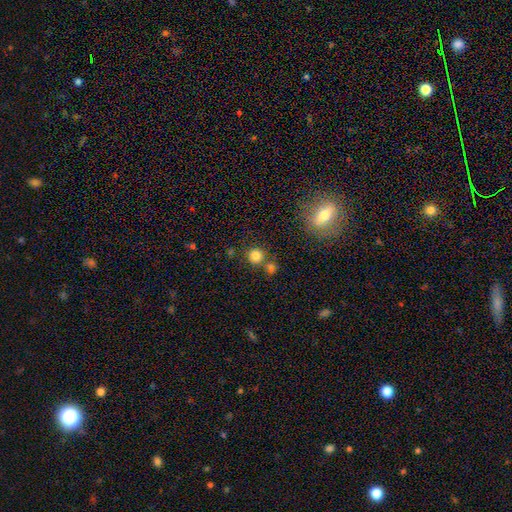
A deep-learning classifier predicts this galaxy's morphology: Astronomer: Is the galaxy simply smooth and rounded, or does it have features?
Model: smooth — 82%.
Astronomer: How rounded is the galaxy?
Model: round — 93%.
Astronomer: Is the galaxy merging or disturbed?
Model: none — 72%.